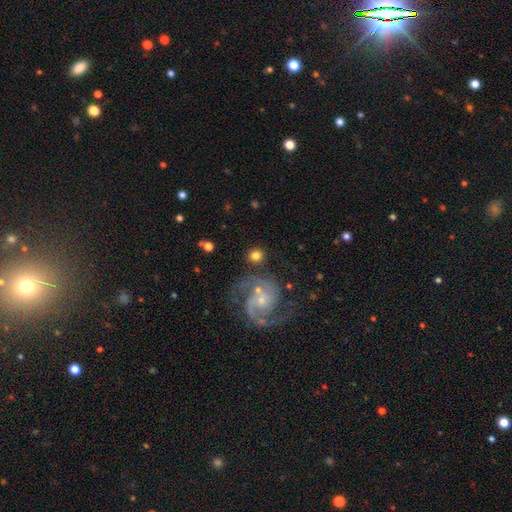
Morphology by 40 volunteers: Q: Smooth or featured?
A: smooth (65%); runner-up: featured or disk (28%)
Q: How rounded?
A: round (96%); runner-up: in between (4%)
Q: Merging?
A: none (89%); runner-up: minor disturbance (5%)